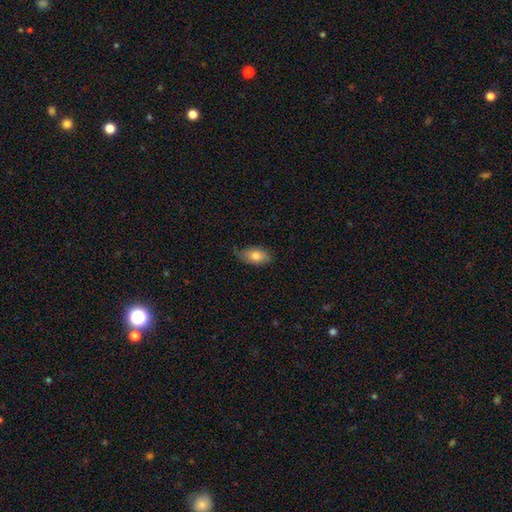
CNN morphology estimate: Smooth or featured? Predicted: smooth (p=0.79). How rounded? Predicted: in between (p=0.92). Merging? Predicted: none (p=0.67).